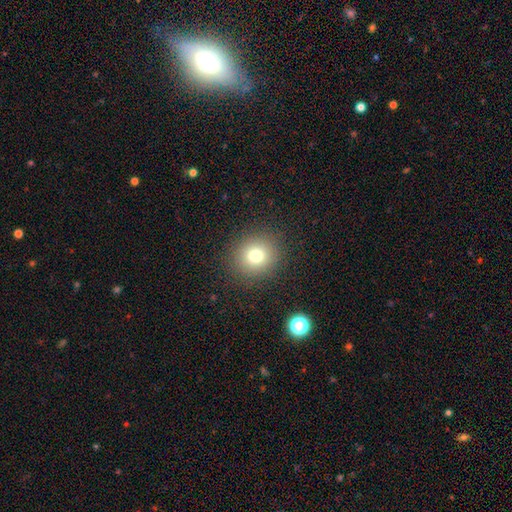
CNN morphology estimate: The model was most divided on "smooth or featured": smooth: 76%, star or artifact: 14%, featured or disk: 10%. More confident: merging — none (89%); how rounded — round (85%).